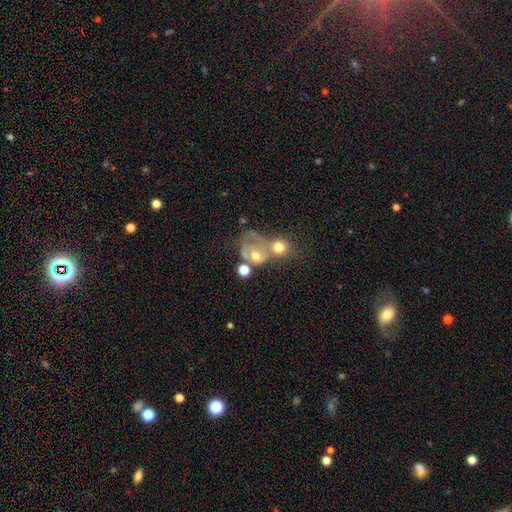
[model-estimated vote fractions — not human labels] smooth 49%, featured or disk 36%, star or artifact 14%. Down the decision tree: merging — merger (49%).